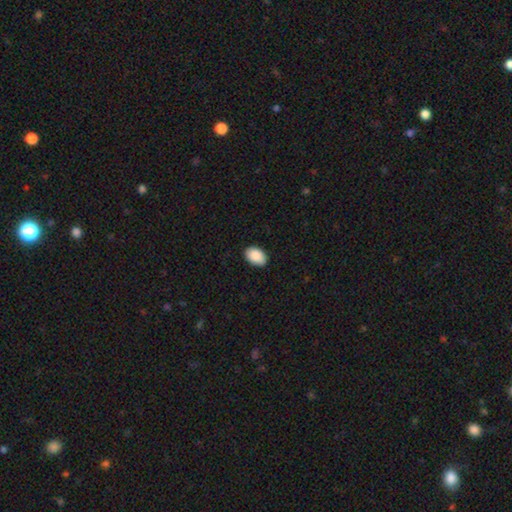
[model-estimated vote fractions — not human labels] Smooth or featured: smooth — 91% (star or artifact — 6%)
How rounded: in between — 90% (round — 9%)
Merging: none — 88% (minor disturbance — 9%)